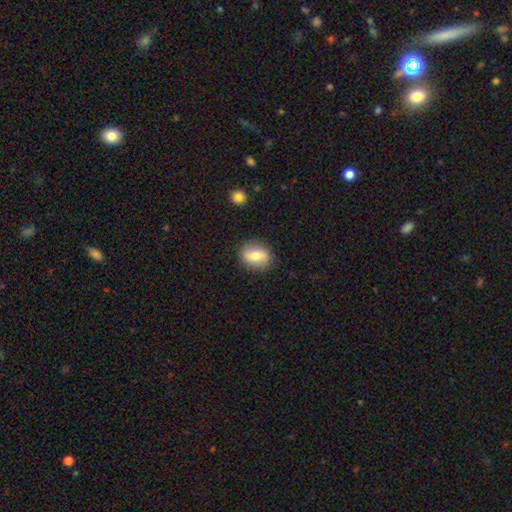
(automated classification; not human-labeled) Smooth or featured? Predicted: smooth (p=0.67). How rounded? Predicted: in between (p=0.57). Merging? Predicted: none (p=0.85).